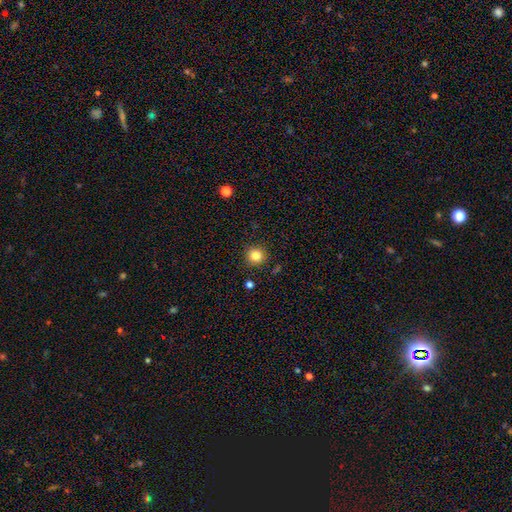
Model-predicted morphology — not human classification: Smooth or featured: smooth — 83% (star or artifact — 12%)
How rounded: round — 94% (in between — 5%)
Merging: none — 90% (minor disturbance — 6%)